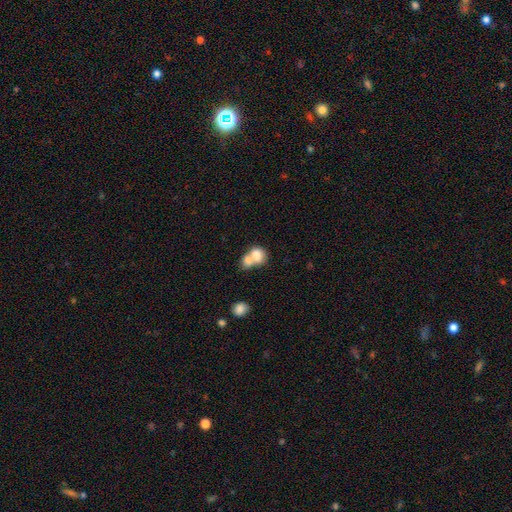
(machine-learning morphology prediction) smooth-or-featured: smooth: 77% | featured or disk: 15% | star or artifact: 8%
  how-rounded: round: 51% | in between: 48% | cigar-shaped: 1%
  merging: merger: 71% | none: 19% | minor disturbance: 6% | major disturbance: 4%